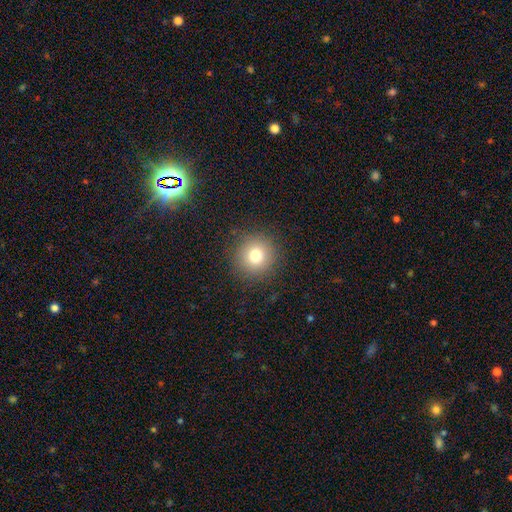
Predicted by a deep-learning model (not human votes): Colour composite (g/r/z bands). It shows a smooth galaxy with no disk features (78%) that is round (94%). Merging: none (89%).